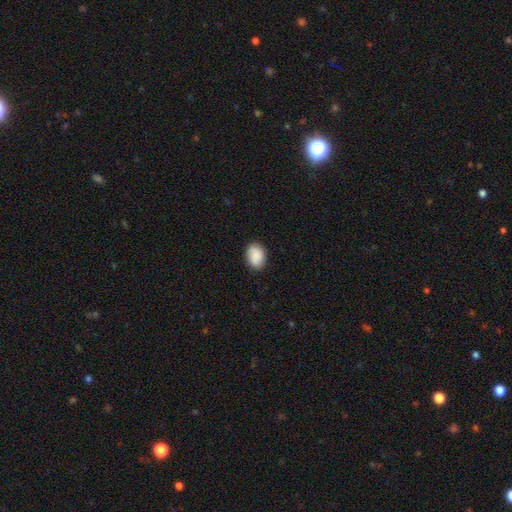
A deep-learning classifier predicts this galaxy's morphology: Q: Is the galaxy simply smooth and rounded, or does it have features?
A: smooth — 89%.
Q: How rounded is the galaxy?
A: in between — 79%.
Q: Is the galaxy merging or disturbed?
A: none — 85%.